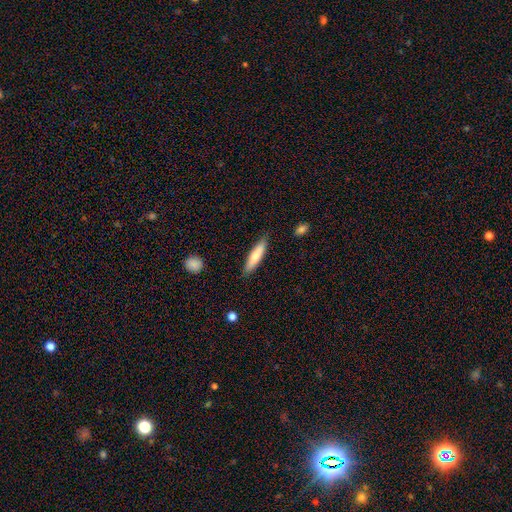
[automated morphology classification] Q: Smooth or featured?
A: smooth (71%); runner-up: featured or disk (23%)
Q: How rounded?
A: cigar-shaped (80%); runner-up: in between (19%)
Q: Merging?
A: none (85%); runner-up: minor disturbance (12%)